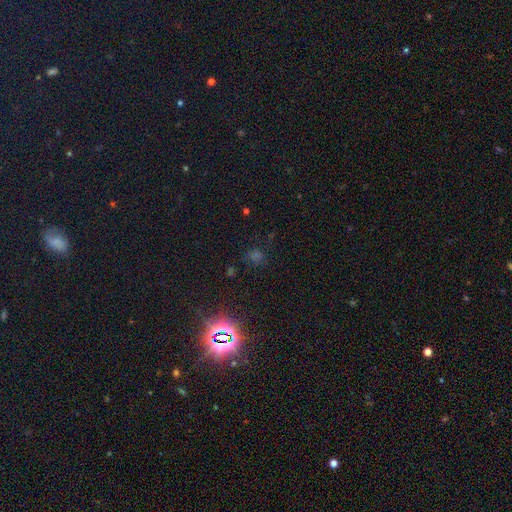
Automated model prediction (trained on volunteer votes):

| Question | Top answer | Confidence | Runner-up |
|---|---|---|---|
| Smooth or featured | star or artifact | 65% | smooth (26%) |